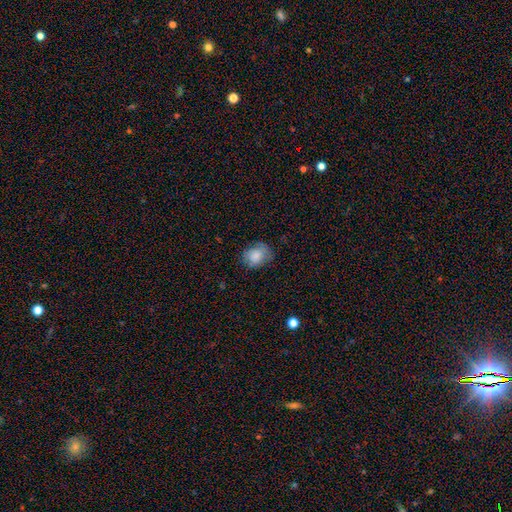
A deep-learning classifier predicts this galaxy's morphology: A smooth galaxy with no disk features (81%) that is in between round and cigar-shaped (50%).

Vote fractions:
- Smooth or featured? smooth: 81% / featured or disk: 10% / star or artifact: 8%
- How rounded? in between: 50% / round: 49% / cigar-shaped: 1%
- Merging? none: 67% / minor disturbance: 24% / major disturbance: 8% / merger: 1%